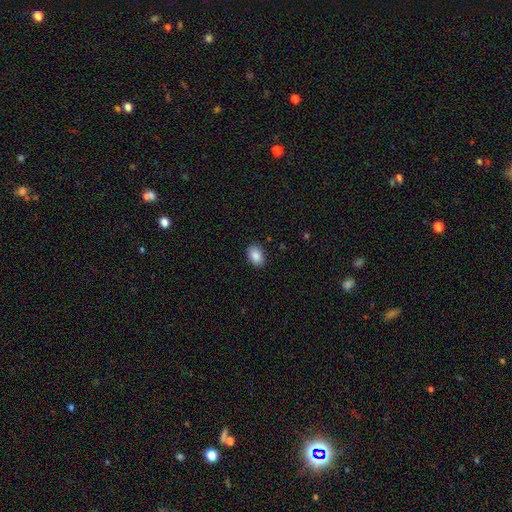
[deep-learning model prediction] smooth_or_featured: smooth (p=0.88) [alt: star or artifact p=0.08]
how_rounded: in between (p=0.82) [alt: round p=0.17]
merging: none (p=0.88) [alt: minor disturbance p=0.09]